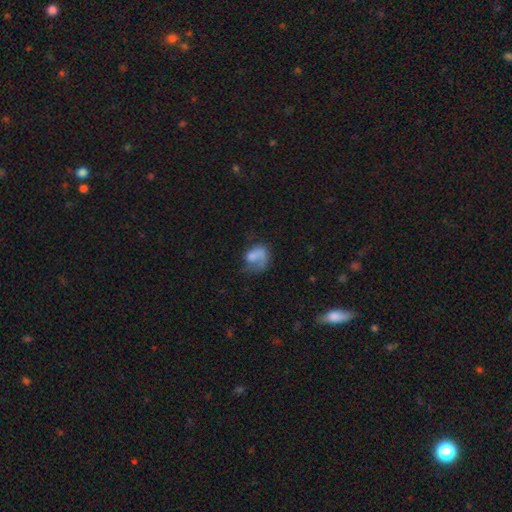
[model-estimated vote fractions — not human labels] Overall: smooth (56%; featured or disk 34%). How rounded: in between (63%; round 36%). Merging: major disturbance (40%; none 28%).